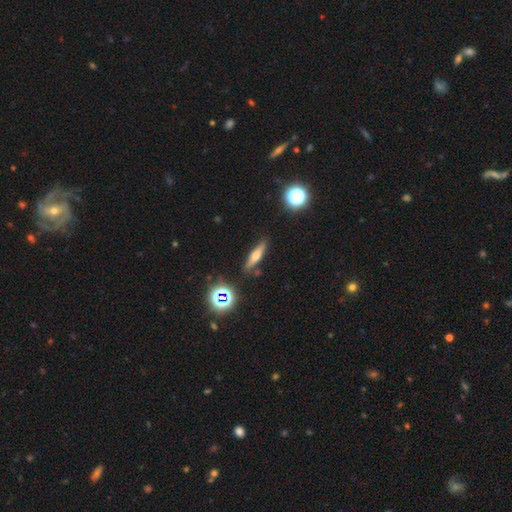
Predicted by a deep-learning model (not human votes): This is possibly a smooth galaxy (47%). Merging: clearly none (83%).